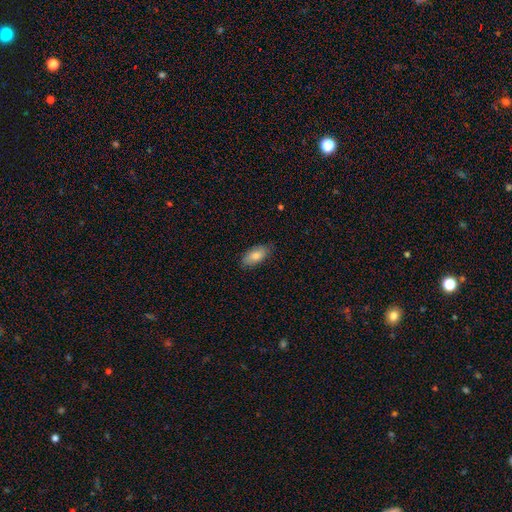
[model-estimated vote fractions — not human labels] The model was most divided on "merging": none: 81%, minor disturbance: 15%, major disturbance: 2%, merger: 1%. More confident: how rounded — in between (90%); smooth or featured — smooth (80%).